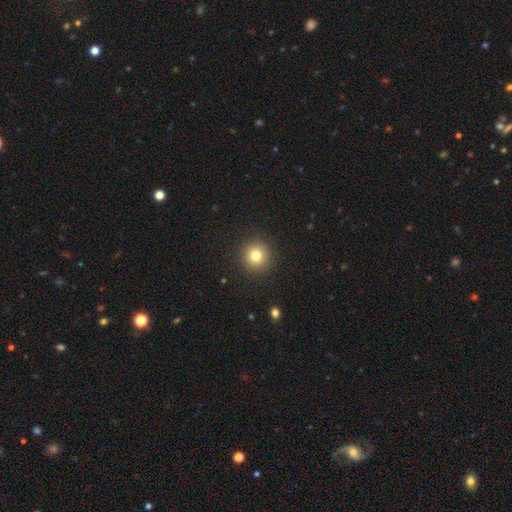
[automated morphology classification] smooth 80%, star or artifact 12%, featured or disk 8%. Down the decision tree: how rounded — round (94%); merging — none (92%).